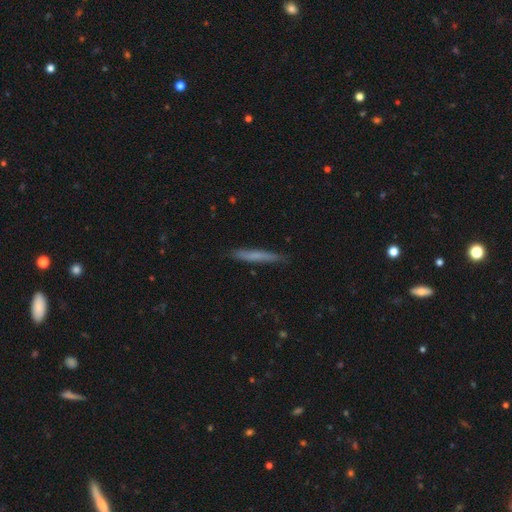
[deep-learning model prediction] smooth-or-featured: smooth: 64% | featured or disk: 30% | star or artifact: 7%
  how-rounded: cigar-shaped: 96% | in between: 3% | round: 1%
  merging: none: 88% | minor disturbance: 9% | major disturbance: 2% | merger: 1%